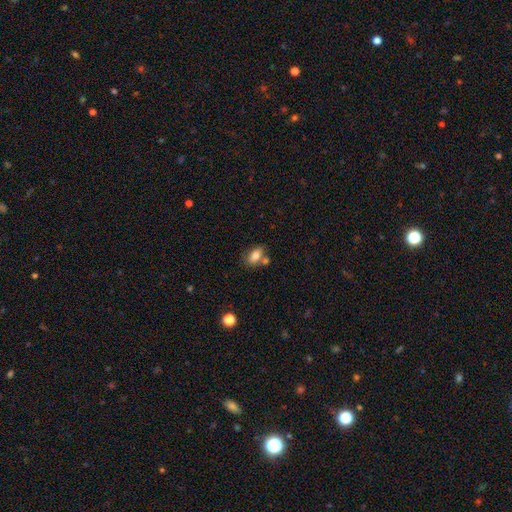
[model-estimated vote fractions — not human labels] smooth-or-featured: smooth: 78% | featured or disk: 14% | star or artifact: 9%
  how-rounded: in between: 86% | round: 10% | cigar-shaped: 4%
  merging: none: 59% | merger: 23% | minor disturbance: 14% | major disturbance: 4%